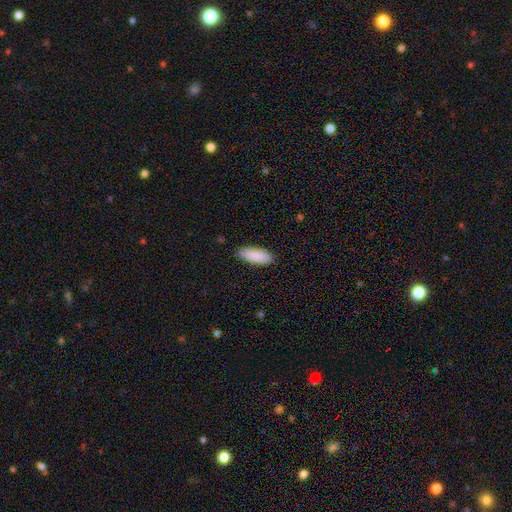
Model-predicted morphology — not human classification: Q: Smooth or featured?
A: smooth (90%); runner-up: star or artifact (5%)
Q: How rounded?
A: in between (74%); runner-up: cigar-shaped (24%)
Q: Merging?
A: none (87%); runner-up: minor disturbance (10%)